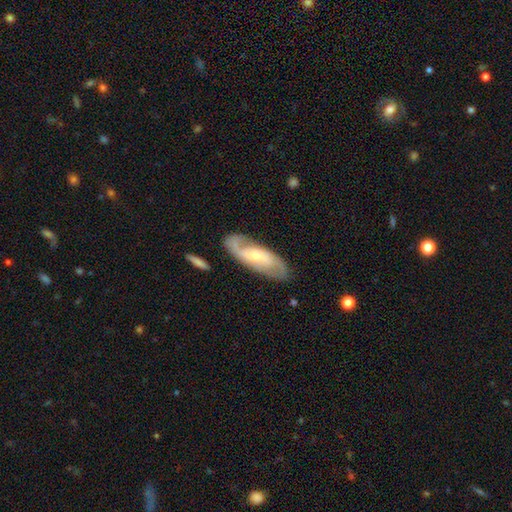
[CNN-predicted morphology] Smooth or featured?
  - featured or disk: 76% *
  - smooth: 19%
  - star or artifact: 5%
Edge-on disk?
  - no: 90% *
  - yes: 10%
Bar?
  - no: 41% *
  - weak: 40%
  - strong: 18%
Spiral arms?
  - yes: 92% *
  - no: 8%
Spiral winding?
  - medium: 47% *
  - tight: 27%
  - loose: 26%
Spiral arm count?
  - 2: 81% *
  - can't tell: 10%
  - 1: 5%
  - 3: 2%
  - 4: 1%
  - more than 4: 1%
Bulge size?
  - small: 52% *
  - moderate: 38%
  - large: 4%
  - none: 4%
  - dominant: 1%
Merging?
  - none: 77% *
  - minor disturbance: 15%
  - major disturbance: 5%
  - merger: 2%